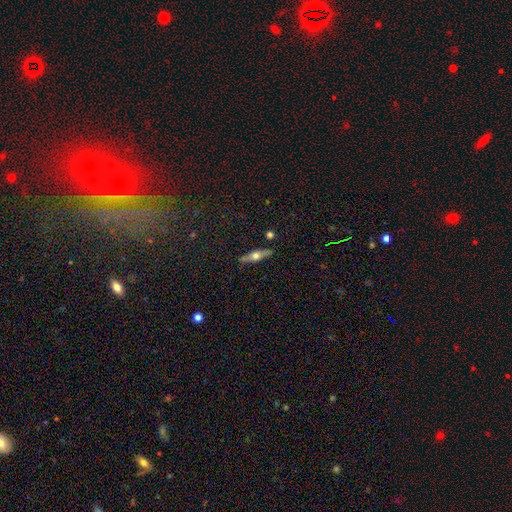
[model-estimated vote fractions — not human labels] Smooth or featured? Predicted: featured or disk (p=0.56). Edge-on disk? Predicted: yes (p=0.92). Edge-on bulge? Predicted: rounded (p=0.94). Merging? Predicted: none (p=0.87).